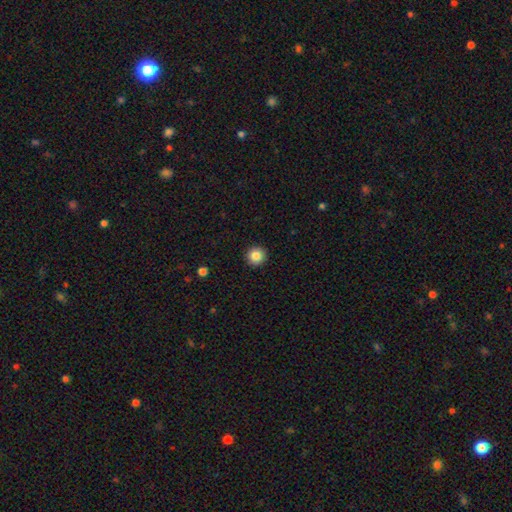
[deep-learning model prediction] smooth_or_featured: smooth (p=0.86) [alt: star or artifact p=0.09]
how_rounded: round (p=0.95) [alt: in between p=0.04]
merging: none (p=0.93) [alt: minor disturbance p=0.05]